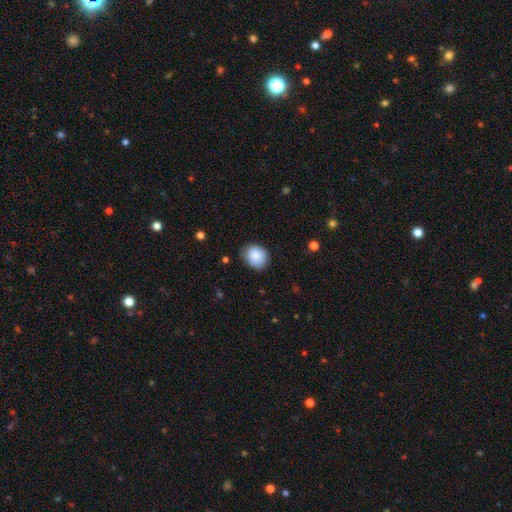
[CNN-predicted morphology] Q: Smooth or featured?
A: smooth (86%); runner-up: star or artifact (8%)
Q: How rounded?
A: round (66%); runner-up: in between (33%)
Q: Merging?
A: none (71%); runner-up: minor disturbance (23%)